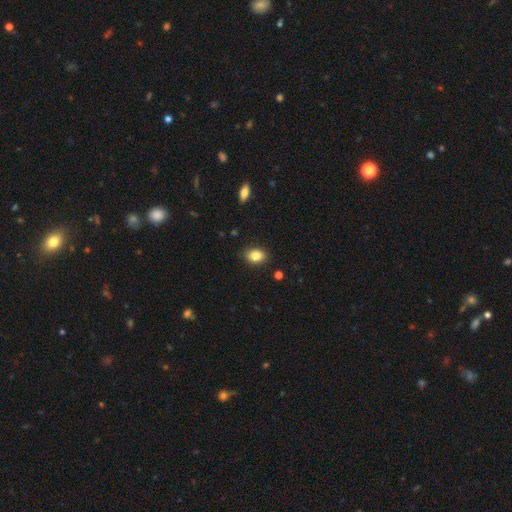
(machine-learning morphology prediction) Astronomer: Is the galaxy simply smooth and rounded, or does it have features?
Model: smooth — 86%.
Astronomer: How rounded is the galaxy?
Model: in between — 72%.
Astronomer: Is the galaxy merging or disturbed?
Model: none — 87%.